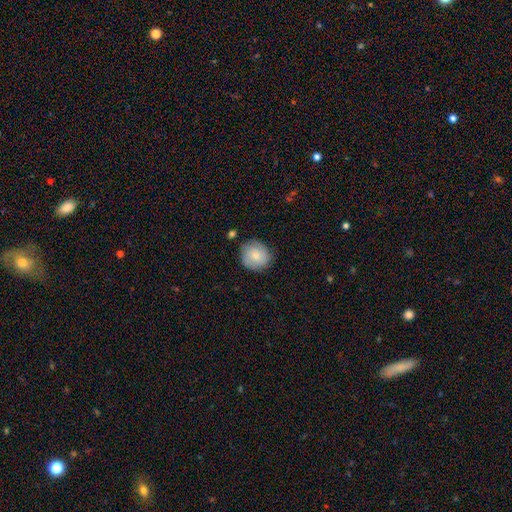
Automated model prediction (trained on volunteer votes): Morphology: type=smooth (73%); roundness=round (87%); merging=none (79%).